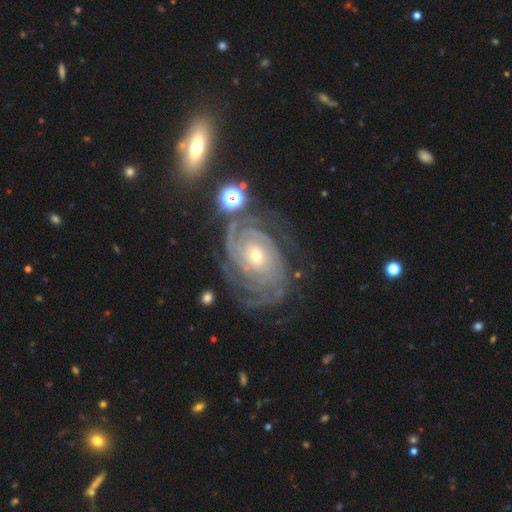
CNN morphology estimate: This appears to be a featured or disk galaxy (90%) with no bar (76%), 2 (28%) tight (77%) spiral arms (98%) and a small central bulge (66%). Merging: none (68%).